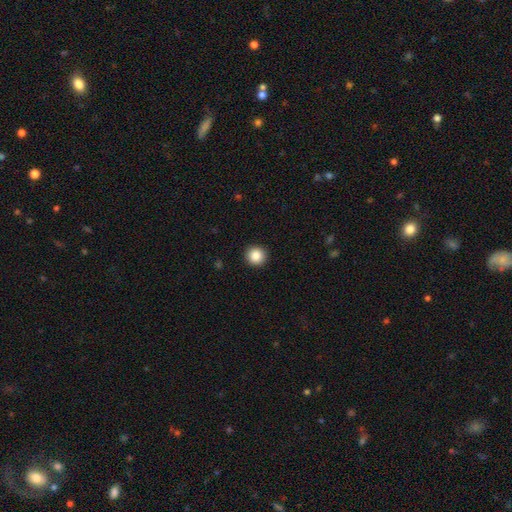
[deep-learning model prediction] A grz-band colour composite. It shows a smooth galaxy with no disk features (86%) that is round (95%). Merging: none (93%).